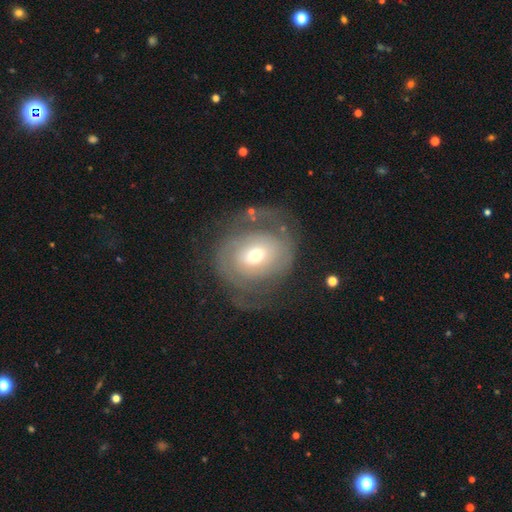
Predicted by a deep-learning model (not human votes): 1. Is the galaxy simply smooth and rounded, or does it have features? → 70% featured or disk, 23% smooth, 7% star or artifact.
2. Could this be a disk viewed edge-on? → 96% no, 4% yes.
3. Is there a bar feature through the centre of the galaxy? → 65% no, 26% weak, 9% strong.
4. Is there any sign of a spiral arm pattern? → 78% yes, 22% no.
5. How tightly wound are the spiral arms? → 51% tight, 32% medium, 17% loose.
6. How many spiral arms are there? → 62% 2, 22% can't tell, 7% 1, 5% 3, 2% 4, 2% more than 4.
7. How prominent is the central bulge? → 55% moderate, 37% small, 6% large, 1% dominant, 1% none.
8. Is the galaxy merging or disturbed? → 58% none, 21% major disturbance, 18% minor disturbance, 2% merger.